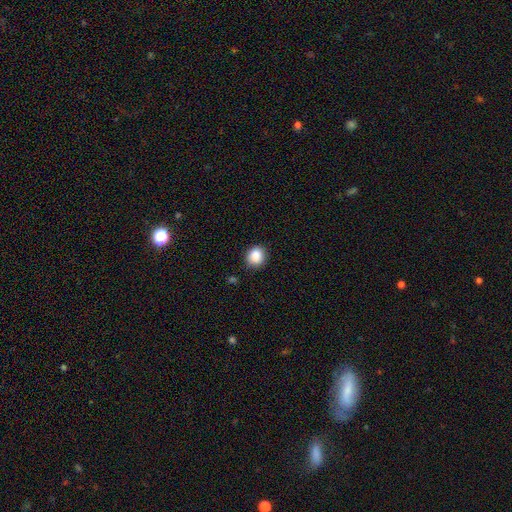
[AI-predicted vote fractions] Smooth or featured: smooth — 87% (star or artifact — 9%)
How rounded: round — 76% (in between — 23%)
Merging: none — 85% (minor disturbance — 11%)